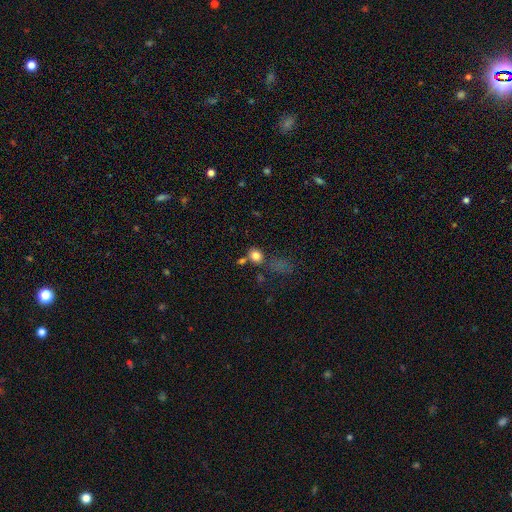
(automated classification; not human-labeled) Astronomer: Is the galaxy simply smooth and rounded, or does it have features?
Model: smooth — 79%.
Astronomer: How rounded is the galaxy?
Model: round — 55% (runner-up: in between, 43%).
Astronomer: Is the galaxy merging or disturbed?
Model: none — 51%.